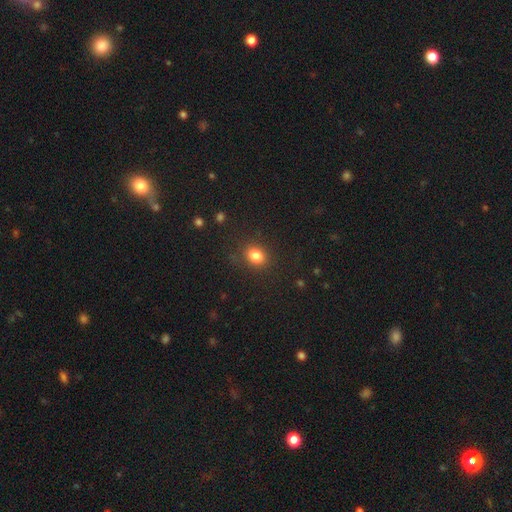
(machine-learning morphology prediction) smooth 82%, star or artifact 12%, featured or disk 6%. Down the decision tree: how rounded — in between (55%); merging — none (84%).